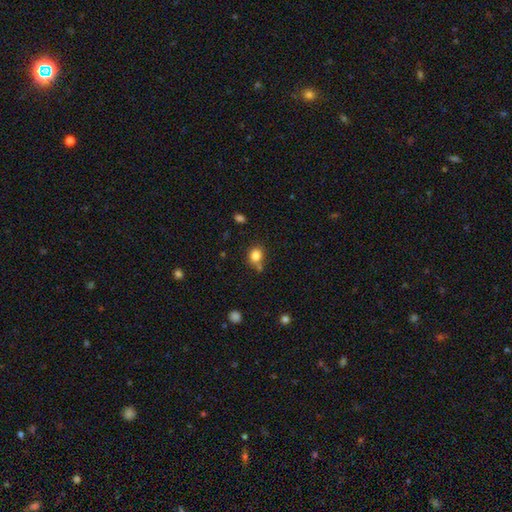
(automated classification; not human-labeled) The model was most divided on "how rounded": round: 69%, in between: 30%, cigar-shaped: 1%. More confident: smooth or featured — smooth (82%); merging — none (61%).